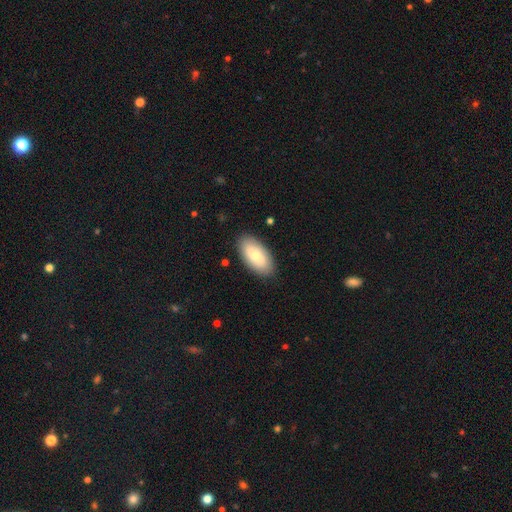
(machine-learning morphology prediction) The model was most divided on "smooth or featured": smooth: 71%, featured or disk: 23%, star or artifact: 6%. More confident: how rounded — in between (93%); merging — none (88%).